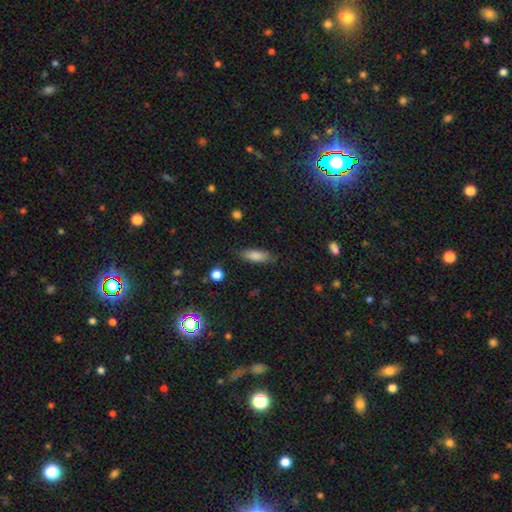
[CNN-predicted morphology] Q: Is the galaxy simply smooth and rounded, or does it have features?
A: smooth — 83%.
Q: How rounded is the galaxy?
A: in between — 62%.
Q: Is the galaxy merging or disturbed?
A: none — 81%.